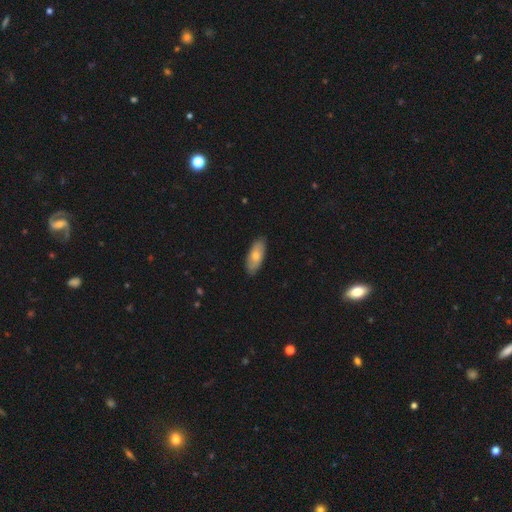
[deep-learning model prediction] smooth_or_featured: smooth (p=0.67) [alt: featured or disk p=0.27]
how_rounded: in between (p=0.83) [alt: cigar-shaped p=0.14]
merging: none (p=0.86) [alt: minor disturbance p=0.11]